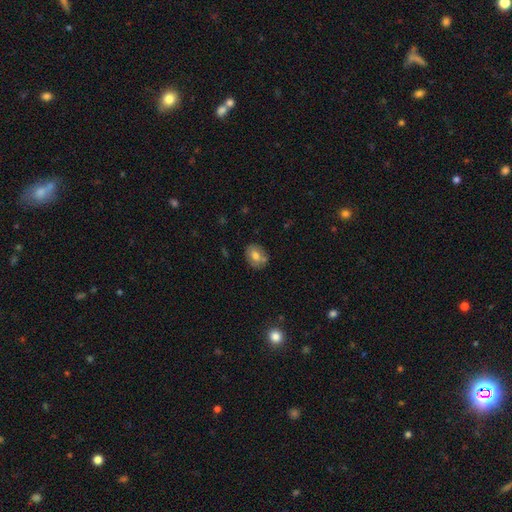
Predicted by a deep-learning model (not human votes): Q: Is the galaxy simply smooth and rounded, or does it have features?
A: smooth — 69%.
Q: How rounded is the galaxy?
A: in between — 54%.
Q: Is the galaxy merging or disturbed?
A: none — 73%.